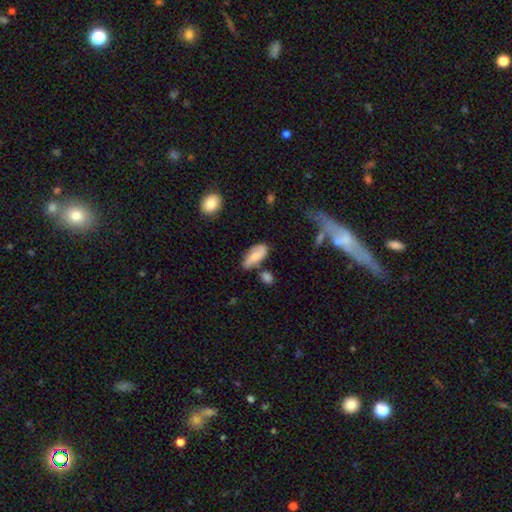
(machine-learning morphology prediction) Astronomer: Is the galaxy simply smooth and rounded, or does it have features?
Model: smooth — 54% (runner-up: featured or disk, 38%).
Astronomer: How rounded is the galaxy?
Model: in between — 82%.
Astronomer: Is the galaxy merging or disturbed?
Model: none — 66%.